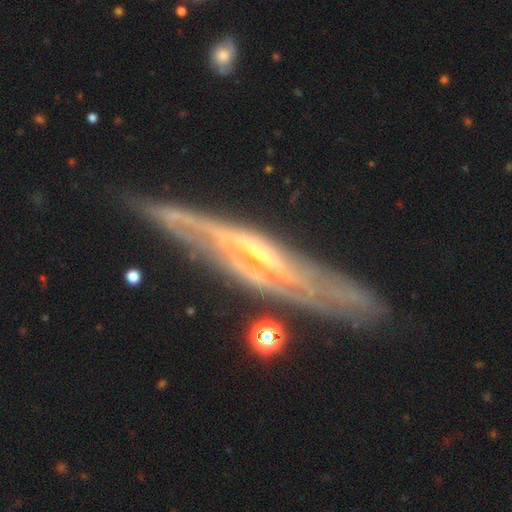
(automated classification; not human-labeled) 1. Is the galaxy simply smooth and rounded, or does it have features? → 87% featured or disk, 7% smooth, 6% star or artifact.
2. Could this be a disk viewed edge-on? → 66% yes, 34% no.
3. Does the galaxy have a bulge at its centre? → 55% rounded, 37% none, 9% boxy.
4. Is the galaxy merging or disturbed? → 76% none, 16% minor disturbance, 6% major disturbance, 3% merger.